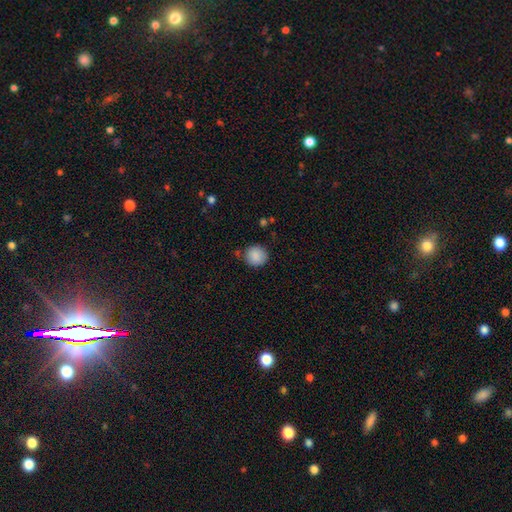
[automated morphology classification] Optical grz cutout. It shows a smooth galaxy with no disk features (88%) that is round (89%). Merging: none (83%).